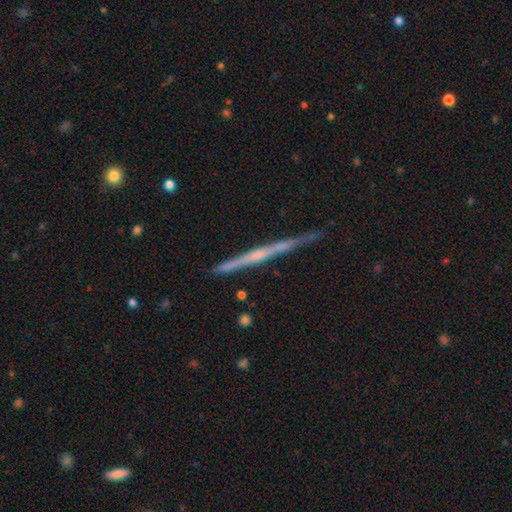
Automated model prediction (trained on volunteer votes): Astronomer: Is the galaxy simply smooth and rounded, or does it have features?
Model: featured or disk — 71%.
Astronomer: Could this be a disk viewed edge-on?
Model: yes — 98%.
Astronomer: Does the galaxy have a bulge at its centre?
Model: none — 53% (runner-up: rounded, 36%).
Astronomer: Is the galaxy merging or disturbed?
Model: none — 83%.